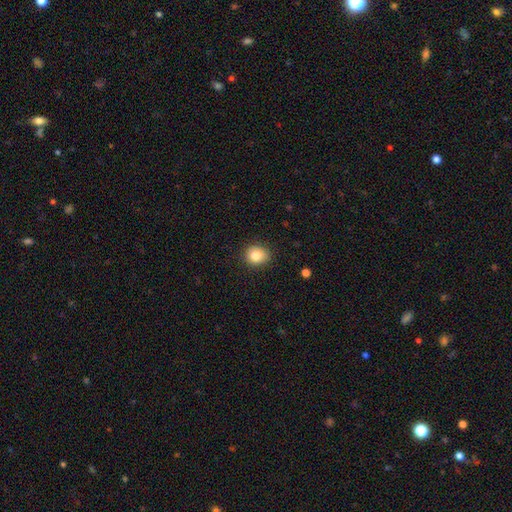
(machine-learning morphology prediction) Smooth or featured: smooth — 83% (star or artifact — 10%)
How rounded: round — 78% (in between — 21%)
Merging: none — 87% (minor disturbance — 10%)